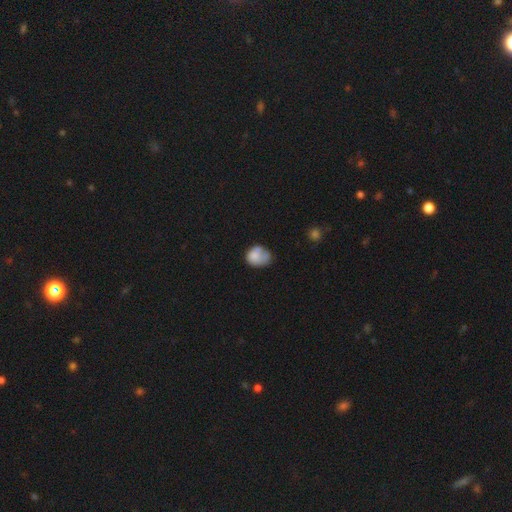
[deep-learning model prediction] smooth-or-featured: smooth: 73% | featured or disk: 18% | star or artifact: 9%
  how-rounded: round: 50% | in between: 49% | cigar-shaped: 1%
  merging: none: 37% | minor disturbance: 33% | major disturbance: 19% | merger: 11%